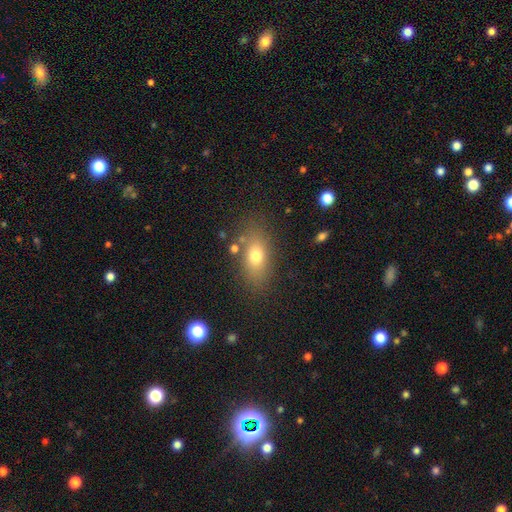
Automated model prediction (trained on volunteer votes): A smooth galaxy with no disk features (72%) that is in between round and cigar-shaped (80%).

Vote fractions:
- Smooth or featured? smooth: 72% / featured or disk: 16% / star or artifact: 12%
- How rounded? in between: 80% / round: 13% / cigar-shaped: 8%
- Merging? none: 79% / minor disturbance: 12% / major disturbance: 5% / merger: 4%